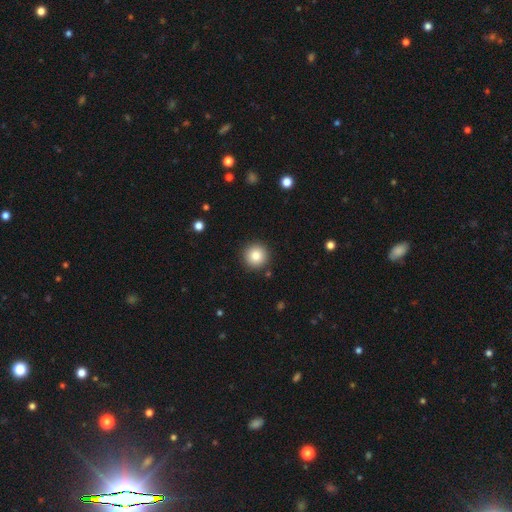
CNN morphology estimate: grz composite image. It shows a smooth galaxy with no disk features (84%) that is round (95%). Merging: none (91%).